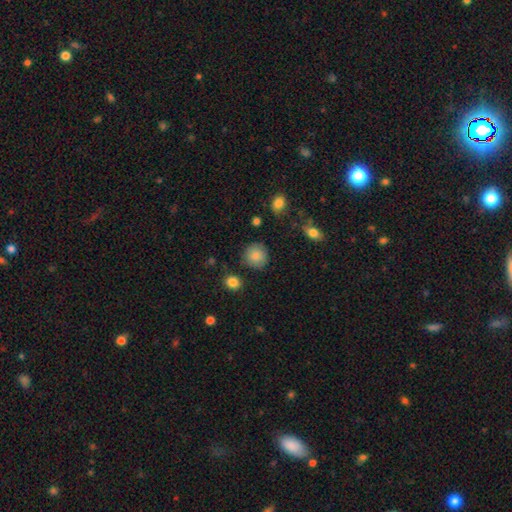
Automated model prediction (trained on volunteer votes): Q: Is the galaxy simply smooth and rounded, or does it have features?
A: smooth — 85%.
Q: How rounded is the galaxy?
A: round — 90%.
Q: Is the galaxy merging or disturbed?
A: none — 85%.